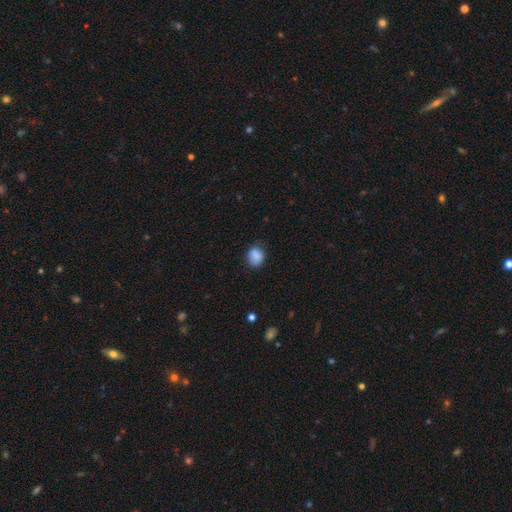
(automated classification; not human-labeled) Smooth or featured?
  - smooth: 85% *
  - star or artifact: 9%
  - featured or disk: 6%
How rounded?
  - round: 58% *
  - in between: 41%
  - cigar-shaped: 1%
Merging?
  - none: 73% *
  - minor disturbance: 20%
  - major disturbance: 4%
  - merger: 2%